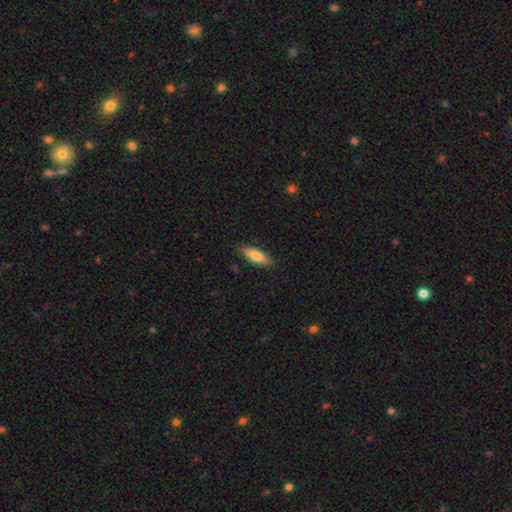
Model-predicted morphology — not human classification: smooth_or_featured: smooth (p=0.77) [alt: featured or disk p=0.17]
how_rounded: in between (p=0.54) [alt: cigar-shaped p=0.44]
merging: none (p=0.85) [alt: minor disturbance p=0.11]